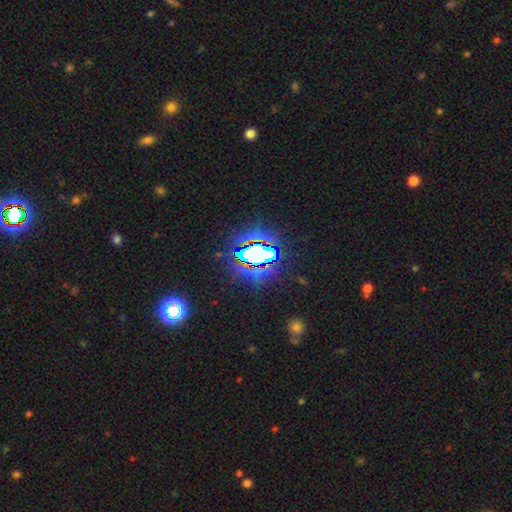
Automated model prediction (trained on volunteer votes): Q: Smooth or featured?
A: star or artifact (69%); runner-up: smooth (18%)